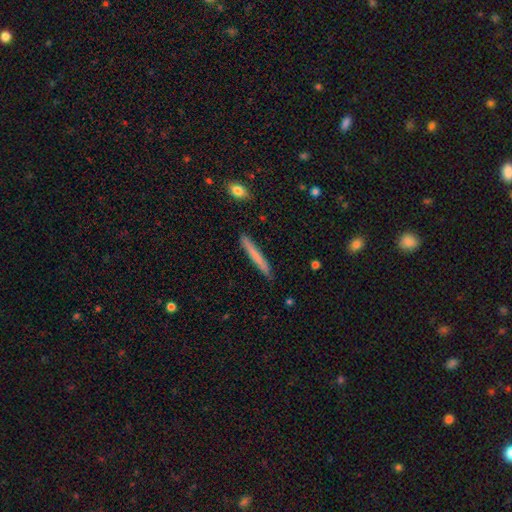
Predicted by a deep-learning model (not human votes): Smooth or featured? smooth (68%)
How rounded? cigar-shaped (97%)
Merging? none (90%)